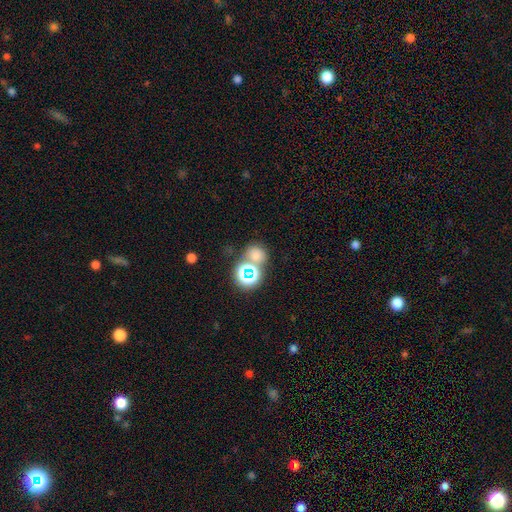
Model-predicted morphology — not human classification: type=smooth (62%); roundness=round (74%); merging=none (57%).